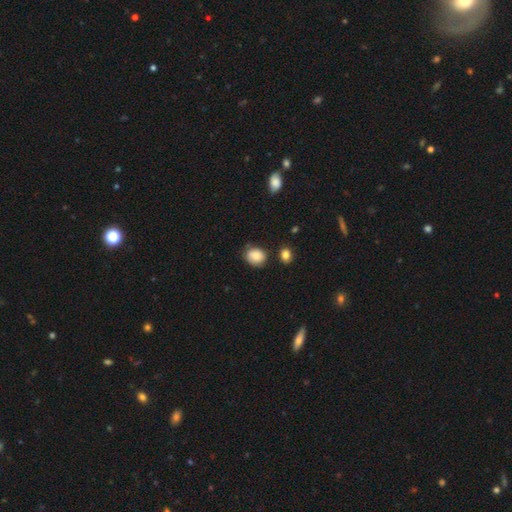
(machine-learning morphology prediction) Overall: smooth (85%). How rounded: round (59%; in between 40%). Merging: none (69%).